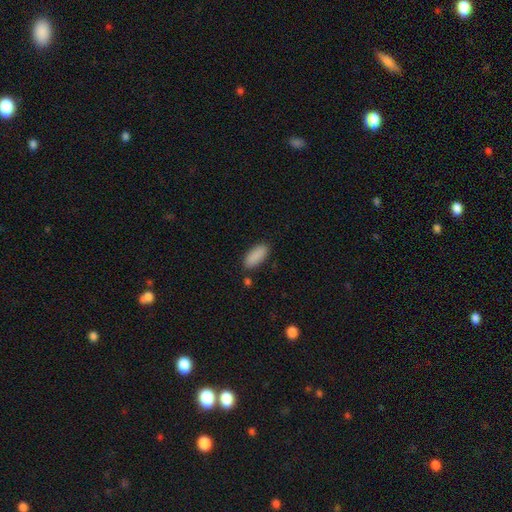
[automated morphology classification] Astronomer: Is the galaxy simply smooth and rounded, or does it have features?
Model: smooth — 89%.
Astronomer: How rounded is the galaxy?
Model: in between — 83%.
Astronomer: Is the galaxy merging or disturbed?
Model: none — 84%.